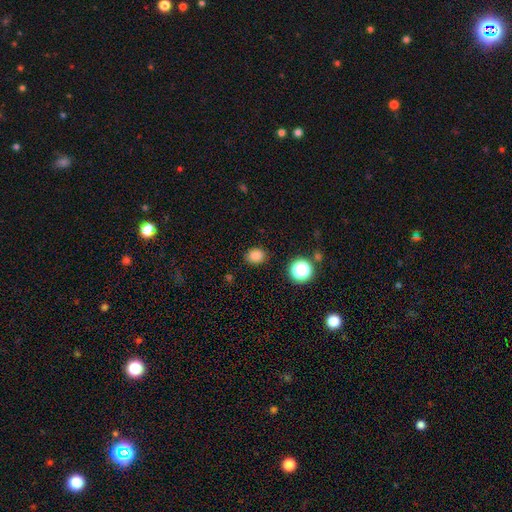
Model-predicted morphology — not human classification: type=smooth (82%); roundness=round (67%); merging=none (86%).